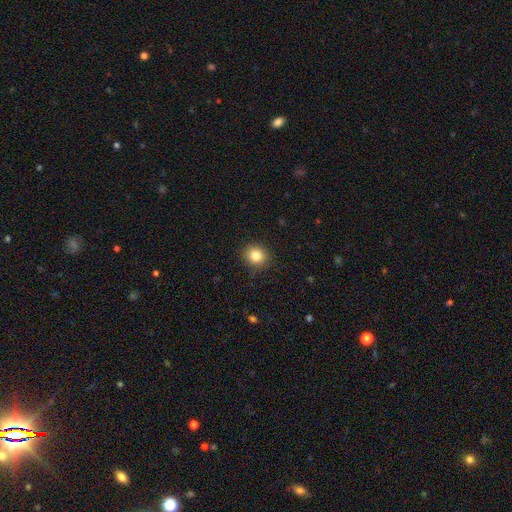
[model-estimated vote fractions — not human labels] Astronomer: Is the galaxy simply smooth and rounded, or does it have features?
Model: smooth — 83%.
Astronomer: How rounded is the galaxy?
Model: round — 84%.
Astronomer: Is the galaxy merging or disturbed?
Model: none — 89%.